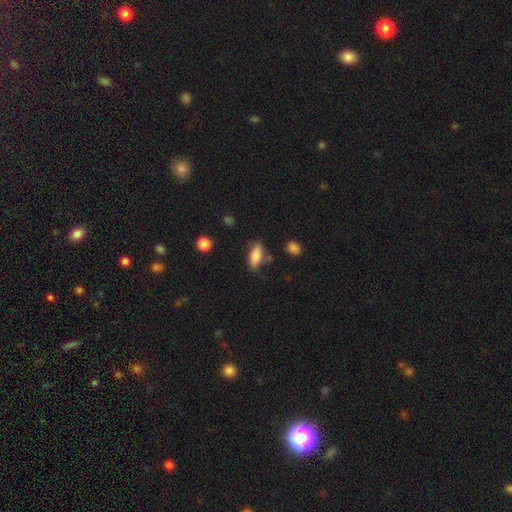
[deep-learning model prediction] A smooth galaxy with no disk features (83%) that is in between round and cigar-shaped (79%). Merging: none (73%).